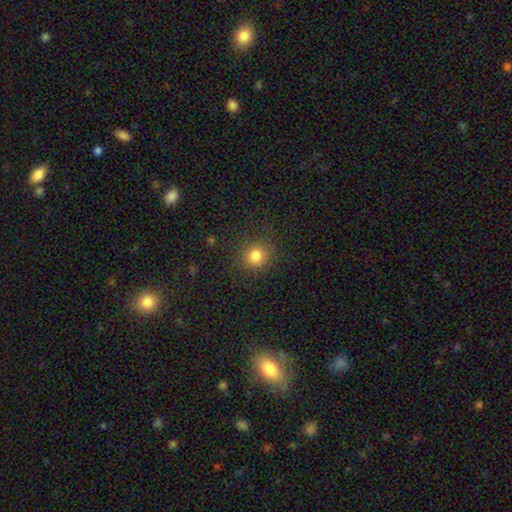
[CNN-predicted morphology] smooth 82%, star or artifact 13%, featured or disk 5%. Down the decision tree: how rounded — round (87%); merging — none (87%).